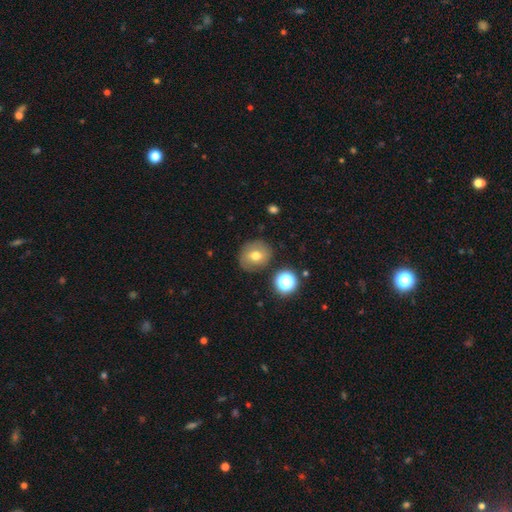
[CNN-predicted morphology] smooth 66%, featured or disk 22%, star or artifact 12%. Down the decision tree: how rounded — round (79%); merging — none (81%).